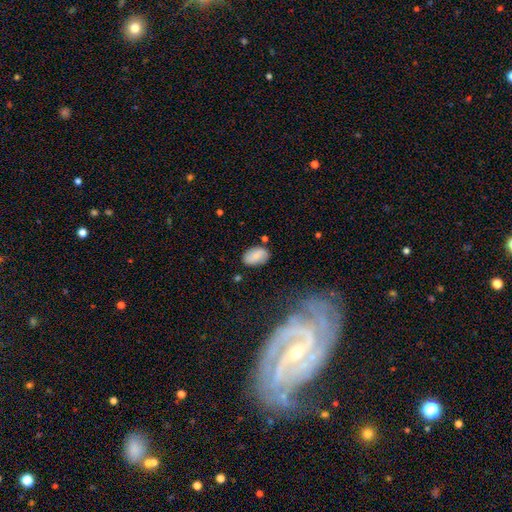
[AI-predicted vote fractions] Smooth or featured?
  - smooth: 70% *
  - featured or disk: 21%
  - star or artifact: 9%
How rounded?
  - in between: 90% *
  - round: 9%
  - cigar-shaped: 2%
Merging?
  - none: 77% *
  - minor disturbance: 16%
  - major disturbance: 4%
  - merger: 3%